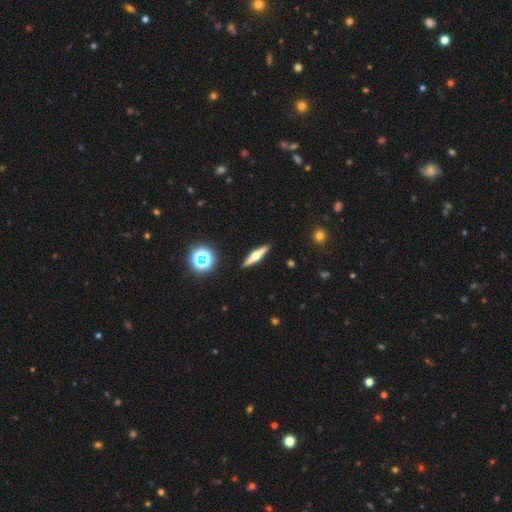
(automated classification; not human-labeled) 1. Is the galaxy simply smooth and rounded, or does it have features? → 66% featured or disk, 26% smooth, 8% star or artifact.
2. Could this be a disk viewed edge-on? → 97% yes, 3% no.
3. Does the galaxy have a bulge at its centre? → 93% rounded, 4% boxy, 2% none.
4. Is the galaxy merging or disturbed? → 91% none, 6% minor disturbance, 1% major disturbance, 1% merger.